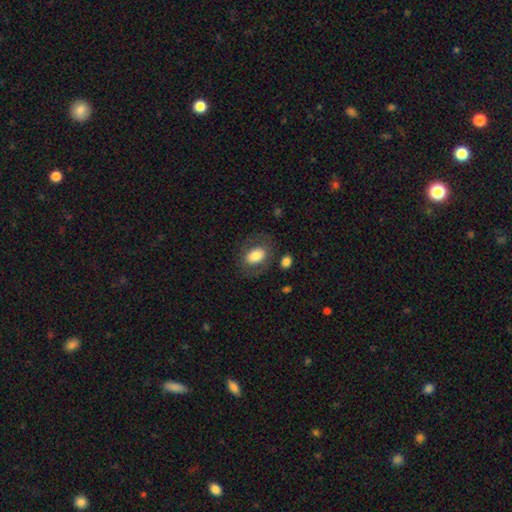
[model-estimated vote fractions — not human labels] A smooth galaxy with no disk features (73%) that is in between round and cigar-shaped (80%). Merging: none (72%).